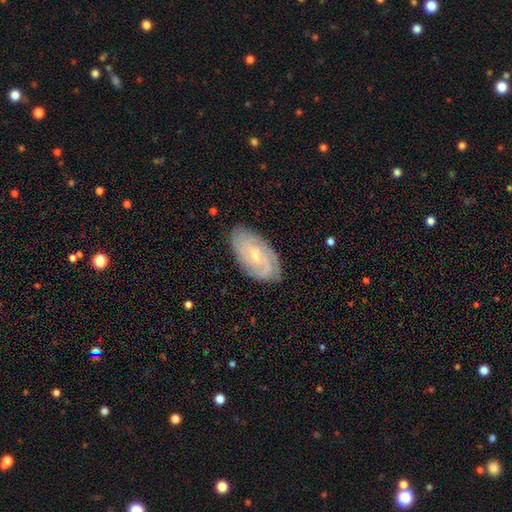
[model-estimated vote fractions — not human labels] A featured or disk galaxy (80%) with no bar (58%), tight (72%) spiral arms (96%) and a small central bulge (71%). Merging: none (81%).